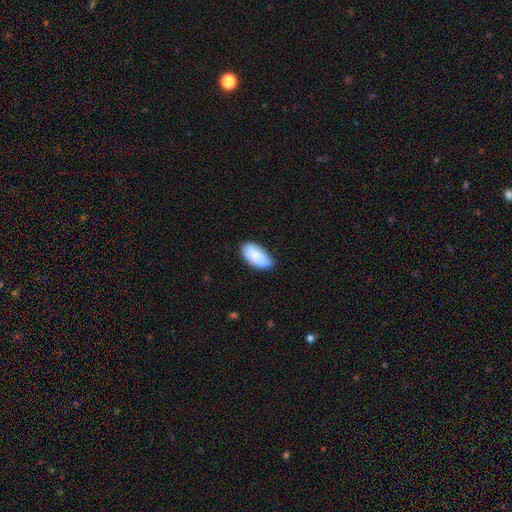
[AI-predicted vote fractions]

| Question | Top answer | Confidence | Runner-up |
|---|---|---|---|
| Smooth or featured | smooth | 84% | featured or disk (10%) |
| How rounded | in between | 95% | cigar-shaped (3%) |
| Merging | none | 74% | minor disturbance (21%) |